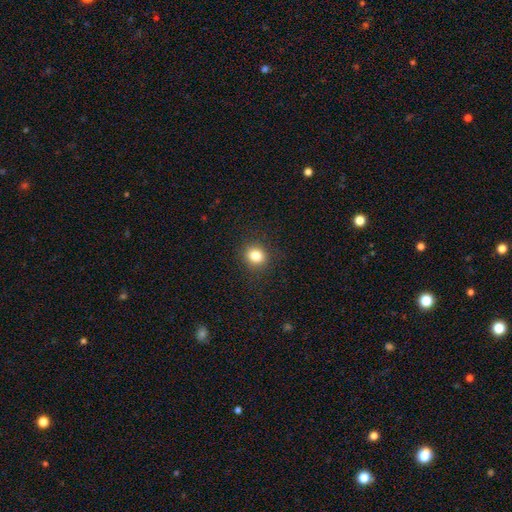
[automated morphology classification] A smooth galaxy with no disk features (83%) that is round (73%). Merging: none (89%).